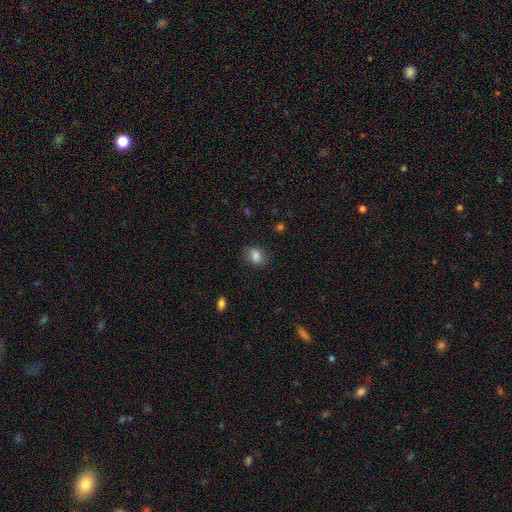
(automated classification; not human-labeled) Overall: smooth (84%). How rounded: in between (60%; round 38%). Merging: none (80%).